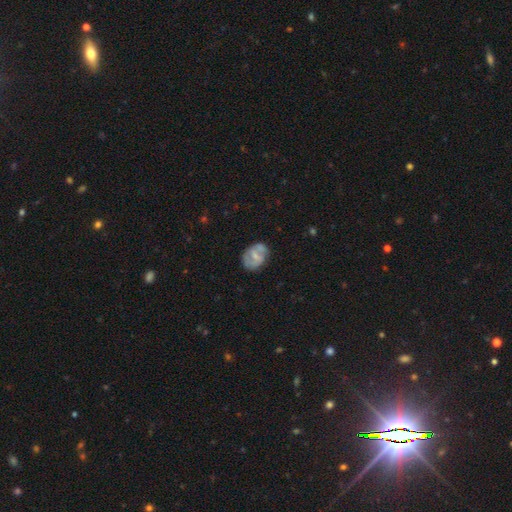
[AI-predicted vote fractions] The model was most divided on "bulge size": small: 44%, moderate: 29%, none: 23%, large: 3%, dominant: 1%. Remaining: edge-on disk — no (97%); spiral arms — yes (66%); merging — none (62%); smooth or featured — featured or disk (56%); bar — weak (47%).